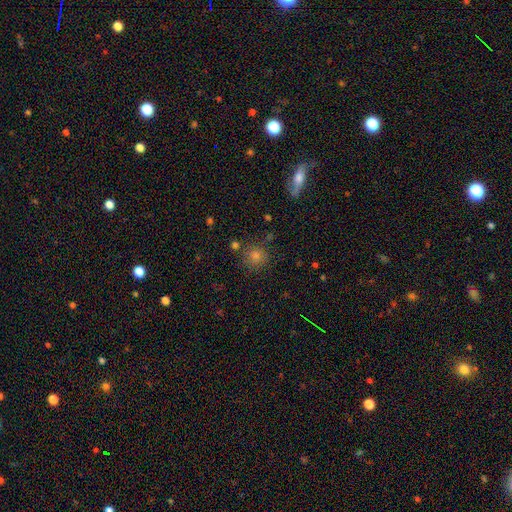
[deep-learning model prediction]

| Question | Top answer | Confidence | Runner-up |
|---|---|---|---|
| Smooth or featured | smooth | 62% | star or artifact (25%) |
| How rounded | round | 91% | in between (7%) |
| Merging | none | 81% | minor disturbance (10%) |